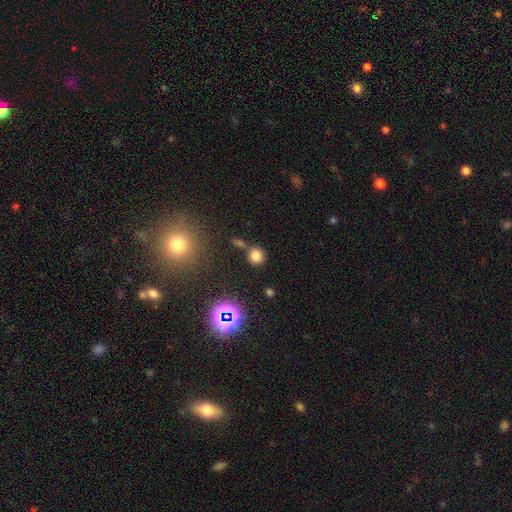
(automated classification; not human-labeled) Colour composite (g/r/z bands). It shows a smooth galaxy with no disk features (74%) that is round (84%). Merging: none (72%).